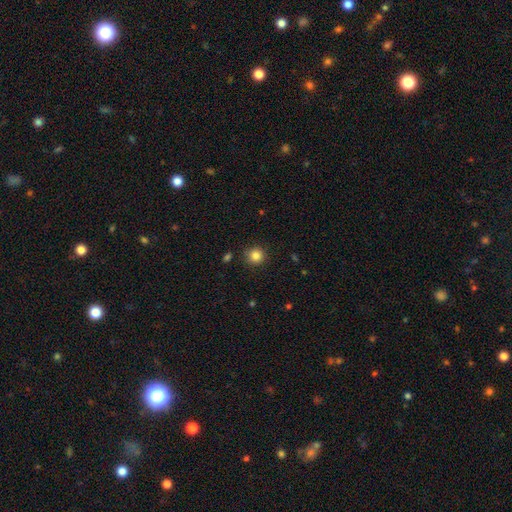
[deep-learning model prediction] smooth-or-featured: smooth: 83% | star or artifact: 12% | featured or disk: 5%
  how-rounded: round: 93% | in between: 6% | cigar-shaped: 1%
  merging: none: 87% | minor disturbance: 9% | major disturbance: 2% | merger: 2%